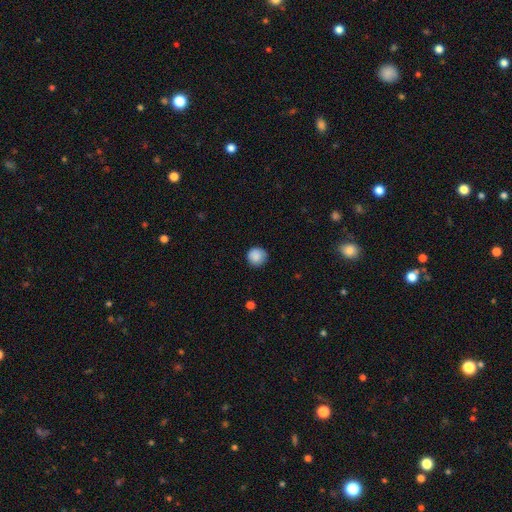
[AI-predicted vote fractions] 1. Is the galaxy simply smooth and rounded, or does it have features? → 87% smooth, 8% star or artifact, 4% featured or disk.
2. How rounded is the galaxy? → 94% round, 5% in between, 1% cigar-shaped.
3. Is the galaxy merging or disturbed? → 86% none, 11% minor disturbance, 2% major disturbance, 1% merger.